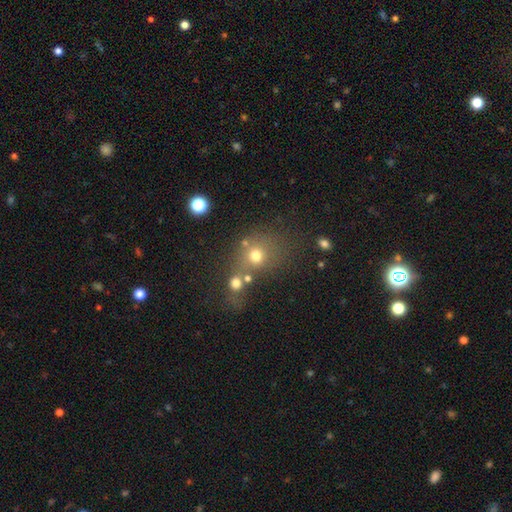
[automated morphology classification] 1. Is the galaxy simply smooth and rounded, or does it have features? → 68% smooth, 19% star or artifact, 13% featured or disk.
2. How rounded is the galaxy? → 71% round, 28% in between, 1% cigar-shaped.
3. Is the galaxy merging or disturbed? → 53% none, 26% merger, 13% minor disturbance, 8% major disturbance.